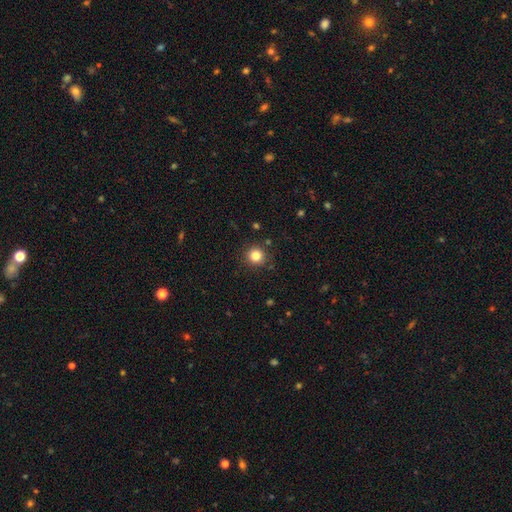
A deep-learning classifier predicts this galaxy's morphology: Overall: smooth (82%). How rounded: round (94%). Merging: none (89%).